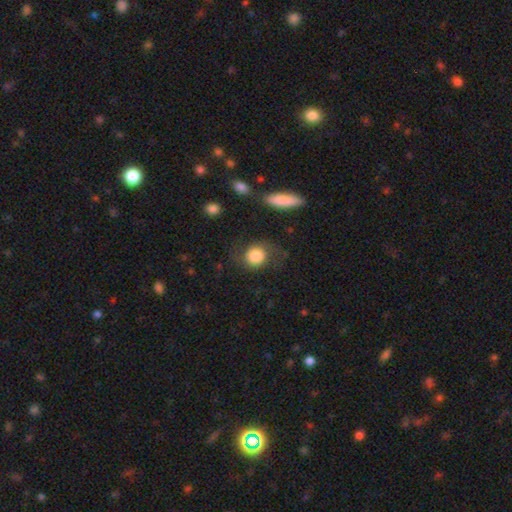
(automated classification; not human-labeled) This appears to be a smooth galaxy with no disk features (71%) that is round (77%). Merging: none (62%).